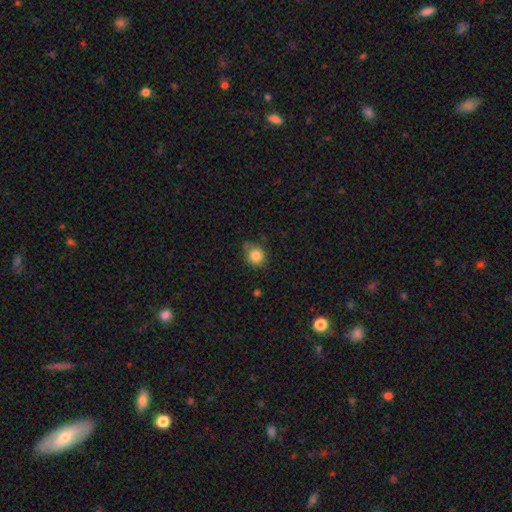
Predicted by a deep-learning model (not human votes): Smooth or featured?
  - smooth: 84% *
  - star or artifact: 10%
  - featured or disk: 6%
How rounded?
  - round: 89% *
  - in between: 10%
  - cigar-shaped: 1%
Merging?
  - none: 75% *
  - minor disturbance: 17%
  - merger: 4%
  - major disturbance: 4%